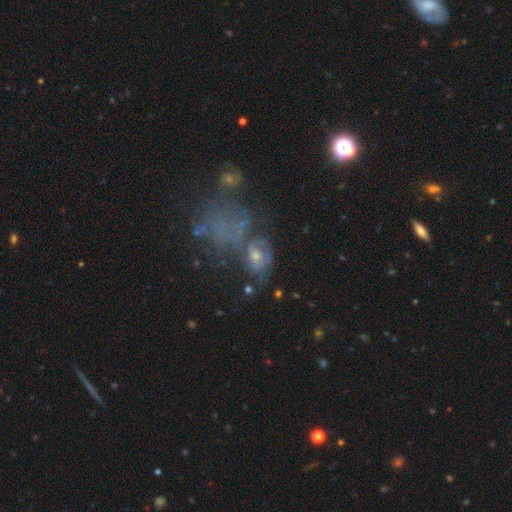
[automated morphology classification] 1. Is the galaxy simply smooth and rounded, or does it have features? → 61% featured or disk, 22% smooth, 17% star or artifact.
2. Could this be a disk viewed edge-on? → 96% no, 4% yes.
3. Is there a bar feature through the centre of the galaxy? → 76% no, 18% weak, 6% strong.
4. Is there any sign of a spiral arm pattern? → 61% yes, 39% no.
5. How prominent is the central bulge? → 51% moderate, 33% small, 8% none, 6% large, 2% dominant.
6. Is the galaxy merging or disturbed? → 38% none, 25% major disturbance, 19% merger, 18% minor disturbance.